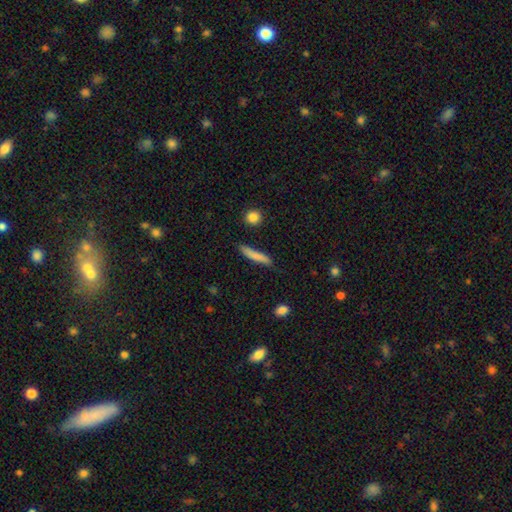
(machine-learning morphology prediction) Smooth or featured? Predicted: smooth (p=0.78). How rounded? Predicted: cigar-shaped (p=0.89). Merging? Predicted: none (p=0.79).